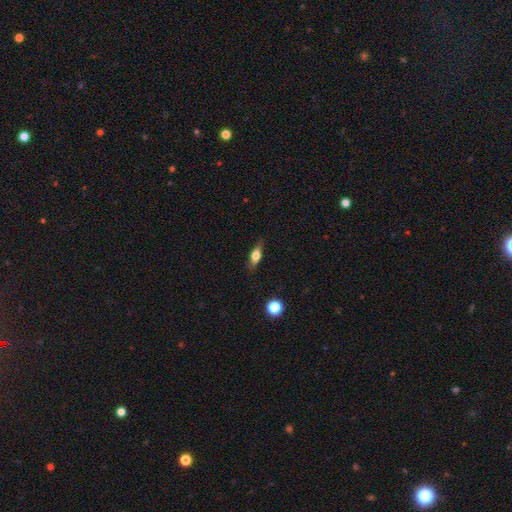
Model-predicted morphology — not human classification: smooth-or-featured: smooth: 65% | featured or disk: 26% | star or artifact: 9%
  how-rounded: in between: 66% | cigar-shaped: 27% | round: 7%
  merging: none: 80% | minor disturbance: 15% | major disturbance: 3% | merger: 1%